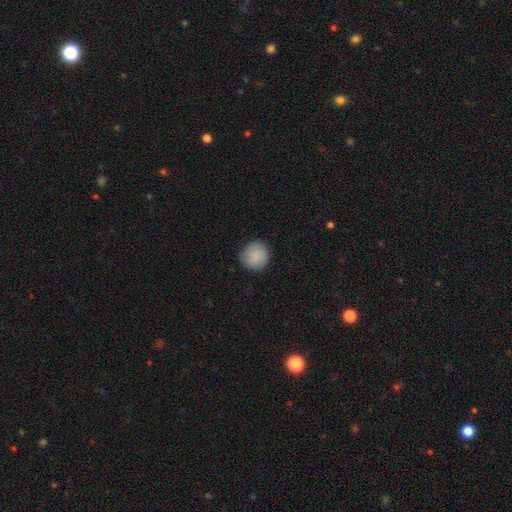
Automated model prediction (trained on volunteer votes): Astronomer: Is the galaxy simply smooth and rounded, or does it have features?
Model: smooth — 89%.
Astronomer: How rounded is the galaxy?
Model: round — 94%.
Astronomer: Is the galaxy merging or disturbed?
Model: none — 89%.